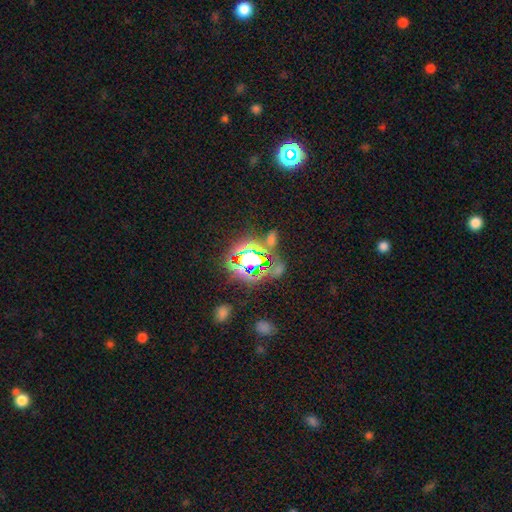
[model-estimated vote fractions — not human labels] Overall: star or artifact (76%).